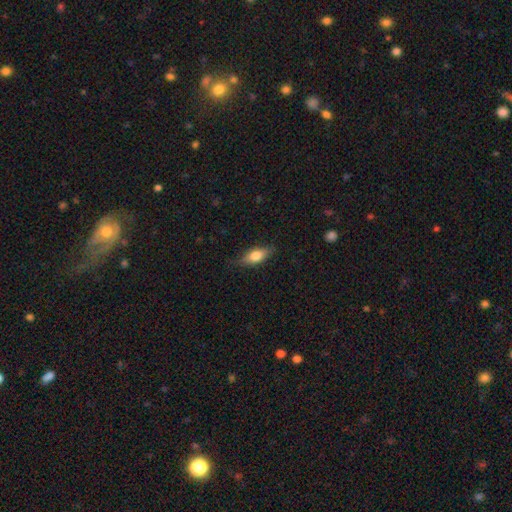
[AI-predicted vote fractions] smooth-or-featured: smooth: 71% | featured or disk: 22% | star or artifact: 7%
  how-rounded: in between: 75% | cigar-shaped: 20% | round: 4%
  merging: none: 78% | minor disturbance: 17% | major disturbance: 3% | merger: 1%